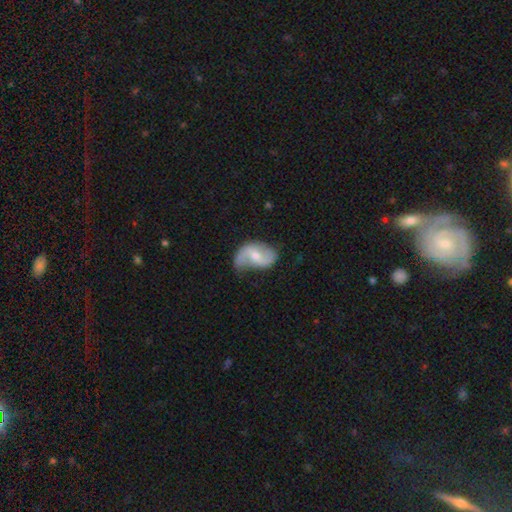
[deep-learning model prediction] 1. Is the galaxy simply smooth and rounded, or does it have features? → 72% featured or disk, 22% smooth, 6% star or artifact.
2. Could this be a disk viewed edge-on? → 97% no, 3% yes.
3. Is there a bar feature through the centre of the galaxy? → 44% weak, 42% no, 14% strong.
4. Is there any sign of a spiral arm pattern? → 91% yes, 9% no.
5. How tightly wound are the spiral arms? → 63% loose, 29% medium, 8% tight.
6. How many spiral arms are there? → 83% 2, 9% 1, 5% can't tell, 1% 3, 1% 4, 1% more than 4.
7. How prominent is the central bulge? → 50% moderate, 45% small, 2% none, 2% large, 1% dominant.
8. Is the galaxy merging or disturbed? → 54% none, 31% minor disturbance, 13% major disturbance, 3% merger.